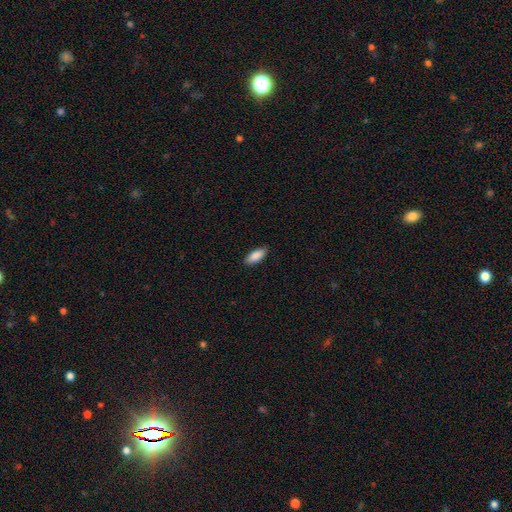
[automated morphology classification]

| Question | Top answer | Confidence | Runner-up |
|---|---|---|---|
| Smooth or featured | smooth | 89% | star or artifact (6%) |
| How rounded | in between | 82% | cigar-shaped (16%) |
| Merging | none | 88% | minor disturbance (10%) |